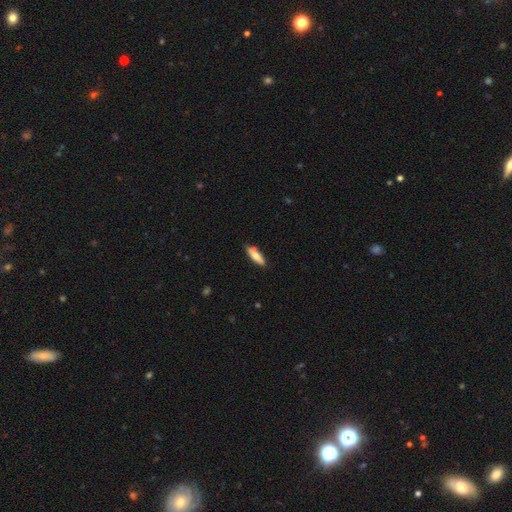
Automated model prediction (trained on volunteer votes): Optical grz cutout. It shows a smooth galaxy with no disk features (68%) that is cigar-shaped (56%). Merging: none (84%).